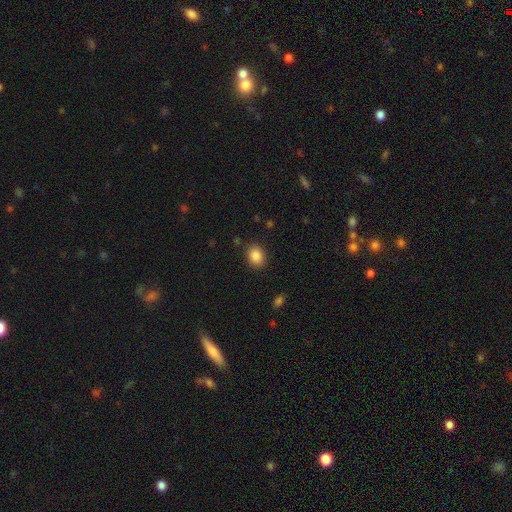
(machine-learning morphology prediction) type=smooth (87%); roundness=in between (53%); merging=none (86%).